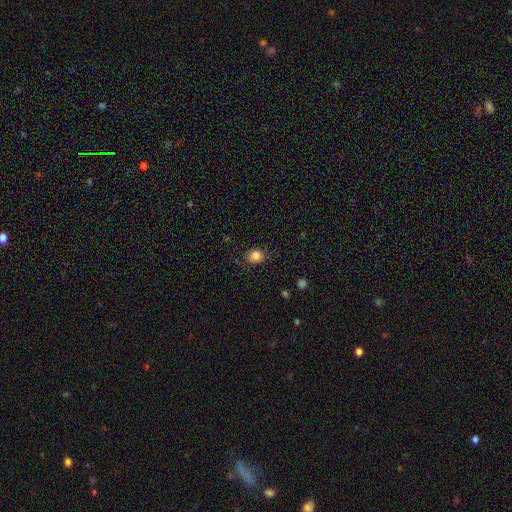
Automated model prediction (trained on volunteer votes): Smooth or featured: smooth — 84% (star or artifact — 11%)
How rounded: round — 66% (in between — 33%)
Merging: none — 80% (minor disturbance — 15%)